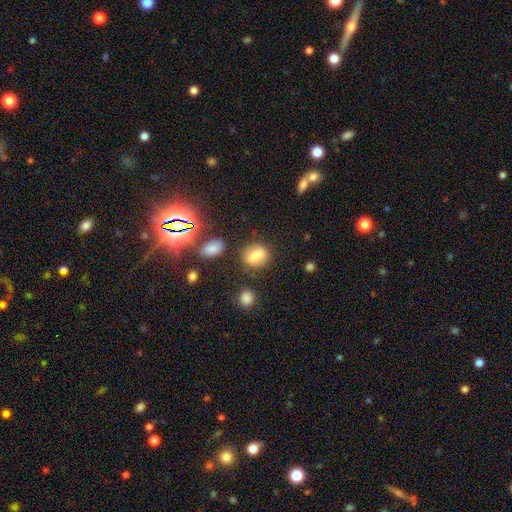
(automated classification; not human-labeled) smooth 76%, featured or disk 13%, star or artifact 11%. Down the decision tree: how rounded — in between (59%); merging — none (76%).